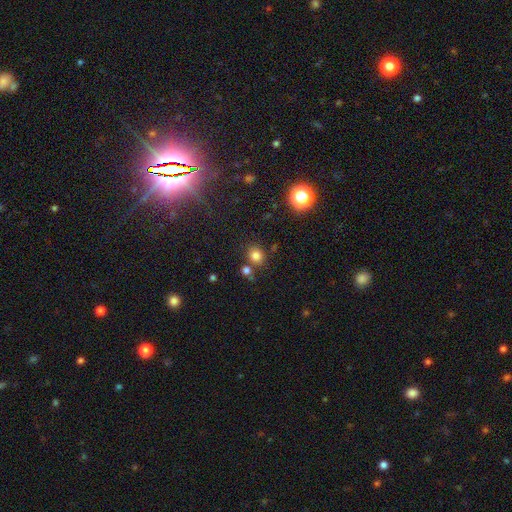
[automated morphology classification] Smooth or featured: smooth — 78% (star or artifact — 16%)
How rounded: round — 74% (in between — 25%)
Merging: none — 75% (merger — 12%)